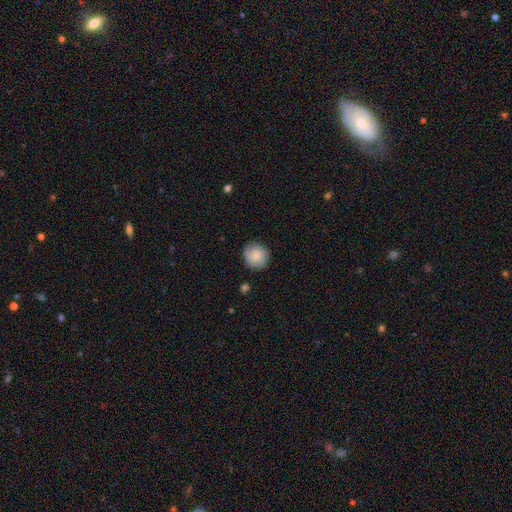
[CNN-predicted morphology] This is clearly a smooth galaxy (80%). How rounded: clearly round (91%). Merging: clearly none (86%).